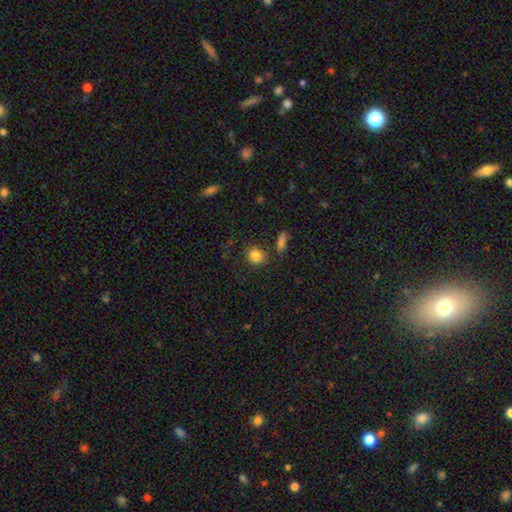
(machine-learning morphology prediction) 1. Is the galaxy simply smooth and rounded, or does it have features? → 84% smooth, 10% star or artifact, 6% featured or disk.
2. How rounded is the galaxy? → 73% round, 25% in between, 1% cigar-shaped.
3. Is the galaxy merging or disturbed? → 79% none, 11% minor disturbance, 6% merger, 4% major disturbance.